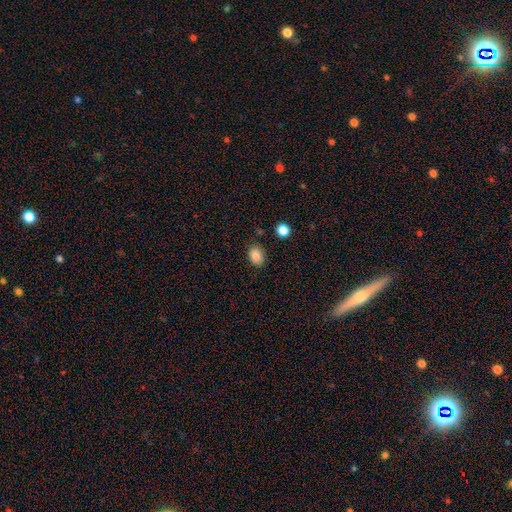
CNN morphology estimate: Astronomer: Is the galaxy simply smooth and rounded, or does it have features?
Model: smooth — 86%.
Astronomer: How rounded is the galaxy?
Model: in between — 76%.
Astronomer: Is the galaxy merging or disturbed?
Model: none — 84%.